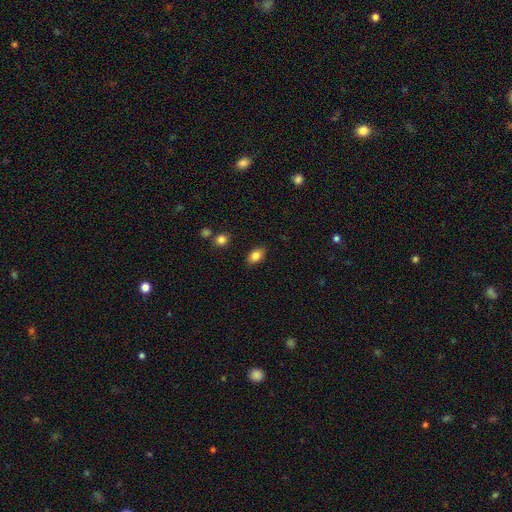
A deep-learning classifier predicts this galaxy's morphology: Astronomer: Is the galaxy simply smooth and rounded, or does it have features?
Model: smooth — 83%.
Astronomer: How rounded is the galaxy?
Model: in between — 86%.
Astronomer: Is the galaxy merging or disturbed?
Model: none — 87%.